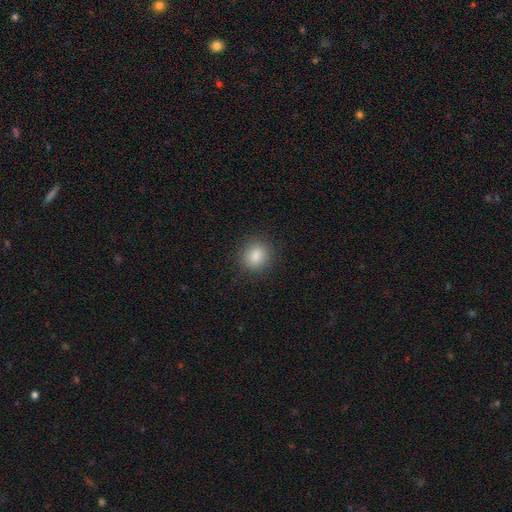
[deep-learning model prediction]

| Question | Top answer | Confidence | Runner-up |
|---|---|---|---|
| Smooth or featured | smooth | 85% | star or artifact (10%) |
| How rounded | round | 76% | in between (23%) |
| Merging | none | 89% | minor disturbance (7%) |